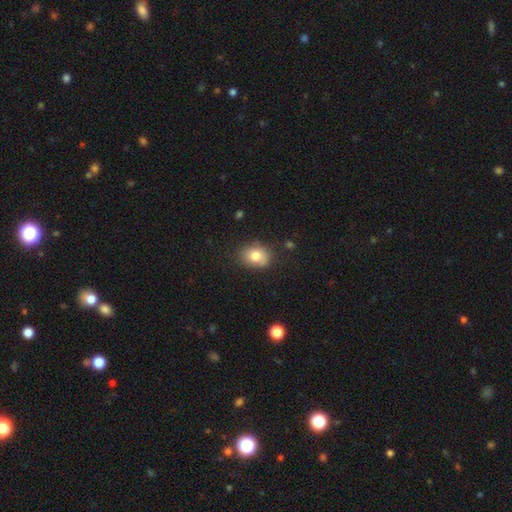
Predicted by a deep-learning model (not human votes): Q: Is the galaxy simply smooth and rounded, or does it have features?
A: smooth — 78%.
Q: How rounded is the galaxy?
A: in between — 56%.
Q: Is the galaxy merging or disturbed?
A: none — 74%.